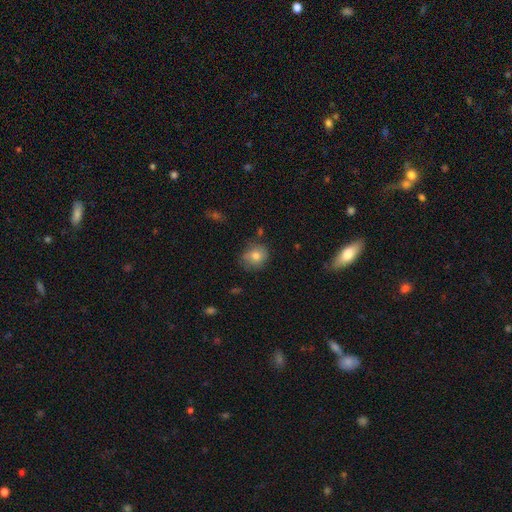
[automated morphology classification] Smooth or featured?
  - smooth: 77% *
  - featured or disk: 13%
  - star or artifact: 10%
How rounded?
  - round: 79% *
  - in between: 20%
  - cigar-shaped: 1%
Merging?
  - none: 73% *
  - minor disturbance: 20%
  - major disturbance: 5%
  - merger: 3%